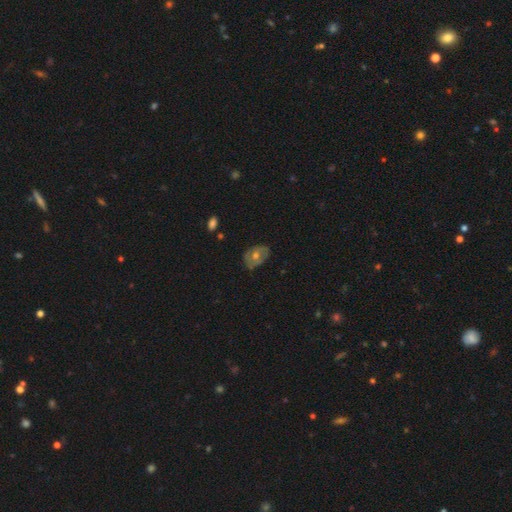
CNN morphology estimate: Q: Smooth or featured?
A: featured or disk (52%); runner-up: smooth (38%)
Q: Edge-on disk?
A: no (93%); runner-up: yes (7%)
Q: Merging?
A: none (73%); runner-up: minor disturbance (20%)